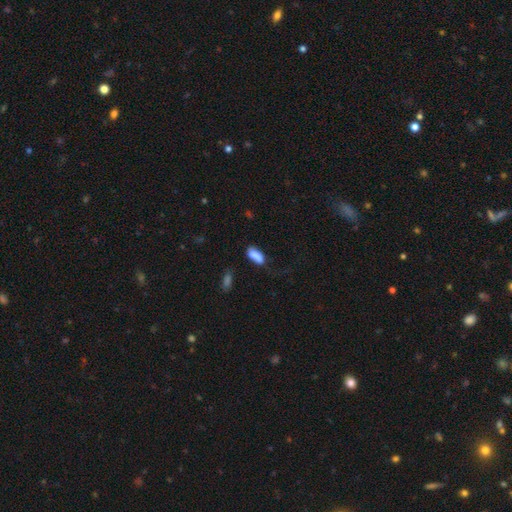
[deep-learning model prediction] A smooth galaxy with no disk features (85%) that is in between round and cigar-shaped (81%).

Vote fractions:
- Smooth or featured? smooth: 85% / star or artifact: 8% / featured or disk: 7%
- How rounded? in between: 81% / cigar-shaped: 16% / round: 3%
- Merging? none: 52% / minor disturbance: 30% / major disturbance: 12% / merger: 6%